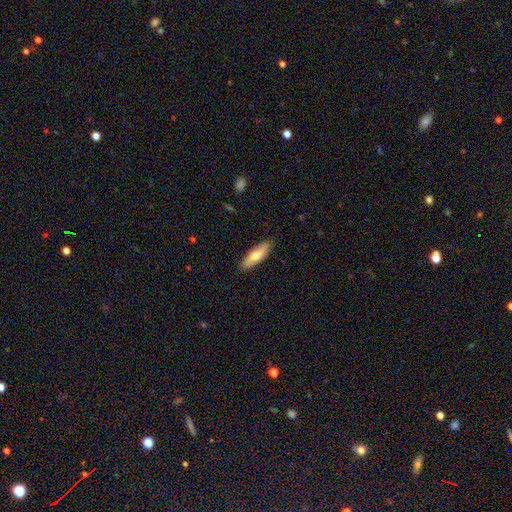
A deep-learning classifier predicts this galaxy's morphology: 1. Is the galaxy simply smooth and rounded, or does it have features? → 66% smooth, 28% featured or disk, 6% star or artifact.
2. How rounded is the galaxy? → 56% cigar-shaped, 42% in between, 2% round.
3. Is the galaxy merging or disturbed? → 88% none, 9% minor disturbance, 2% major disturbance, 1% merger.